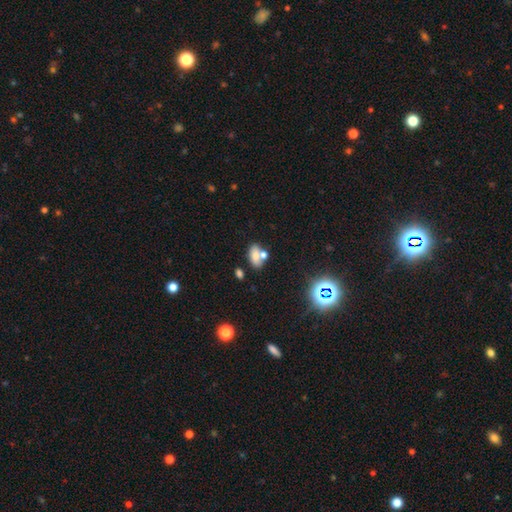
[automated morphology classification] Smooth or featured?
  - smooth: 69% *
  - featured or disk: 18%
  - star or artifact: 13%
How rounded?
  - in between: 87% *
  - round: 10%
  - cigar-shaped: 4%
Merging?
  - none: 47% *
  - merger: 34%
  - minor disturbance: 14%
  - major disturbance: 5%